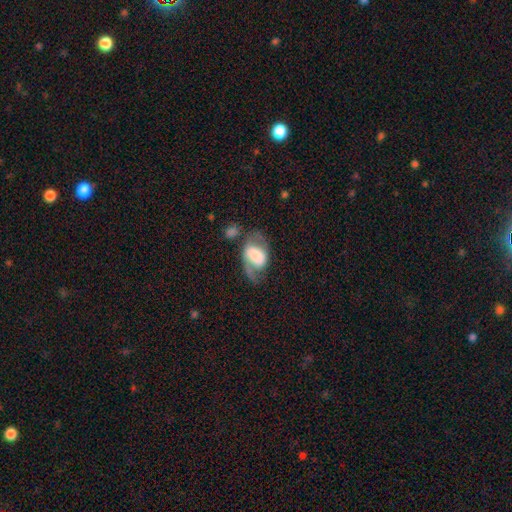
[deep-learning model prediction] Morphology: type=featured or disk (54%); edge-on=no (95%); bar=no (40%); spiral arms=yes (74%); bulge=large (39%); merging=none (42%).